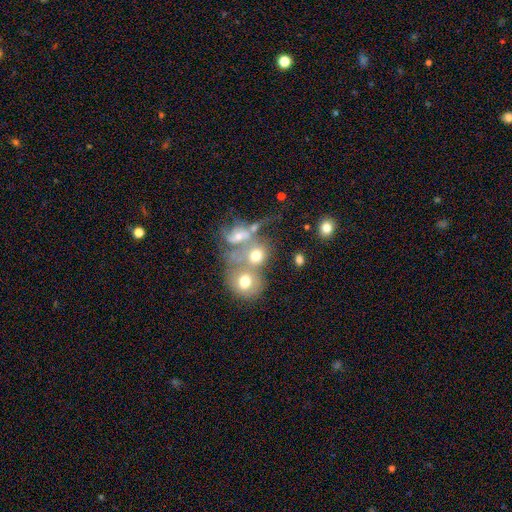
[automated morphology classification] Smooth or featured? Predicted: smooth (p=0.56). How rounded? Predicted: round (p=0.63). Merging? Predicted: merger (p=0.58).